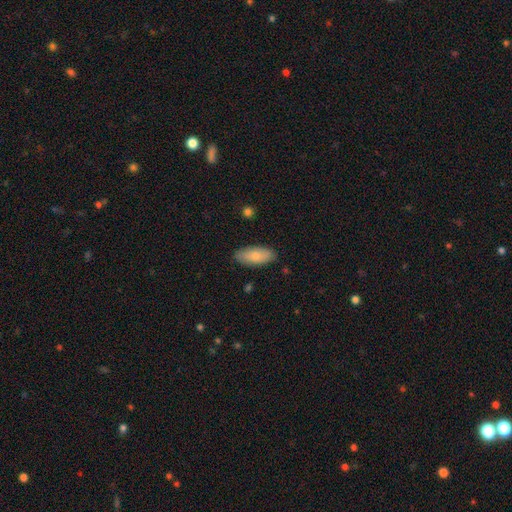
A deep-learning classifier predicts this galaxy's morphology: This appears to be a smooth galaxy with no disk features (80%) that is in between round and cigar-shaped (87%). Merging: none (86%).